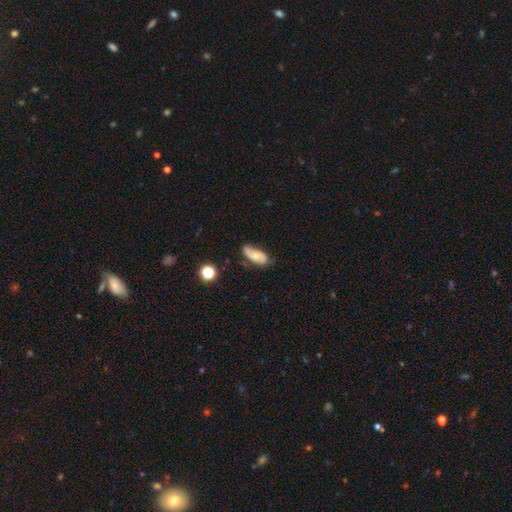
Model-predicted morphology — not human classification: smooth 56%, featured or disk 36%, star or artifact 8%. Down the decision tree: how rounded — in between (85%); merging — none (62%).